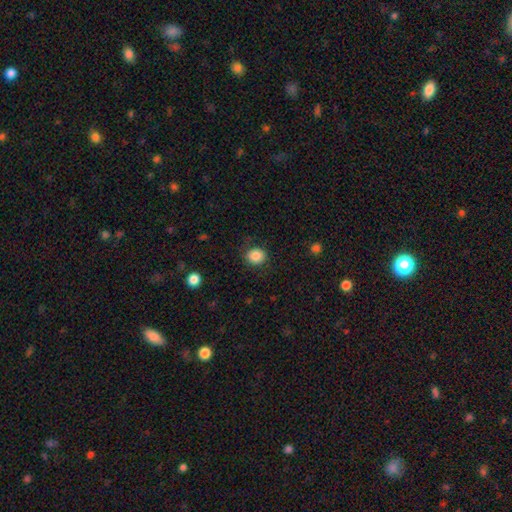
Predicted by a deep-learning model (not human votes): A smooth galaxy with no disk features (86%) that is round (71%).

Vote fractions:
- Smooth or featured? smooth: 86% / star or artifact: 9% / featured or disk: 5%
- How rounded? round: 71% / in between: 28% / cigar-shaped: 1%
- Merging? none: 84% / minor disturbance: 11% / major disturbance: 4% / merger: 1%